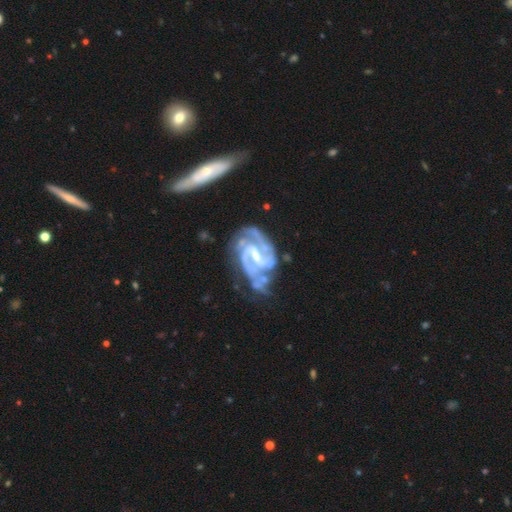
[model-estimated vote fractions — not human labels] A featured or disk galaxy (92%) with a weak bar (48%), 2 (63%) medium (48%) spiral arms (98%) and a small central bulge (47%).

Vote fractions:
- Smooth or featured? featured or disk: 92% / star or artifact: 4% / smooth: 4%
- Edge-on disk? no: 97% / yes: 3%
- Bar? weak: 48% / strong: 37% / no: 16%
- Spiral arms? yes: 98% / no: 2%
- Spiral winding? medium: 48% / tight: 42% / loose: 10%
- Spiral arm count? 2: 63% / 3: 18% / can't tell: 9% / 4: 4% / 1: 3% / more than 4: 3%
- Bulge size? small: 47% / moderate: 46% / none: 4% / large: 2% / dominant: 1%
- Merging? none: 50% / minor disturbance: 25% / major disturbance: 16% / merger: 10%